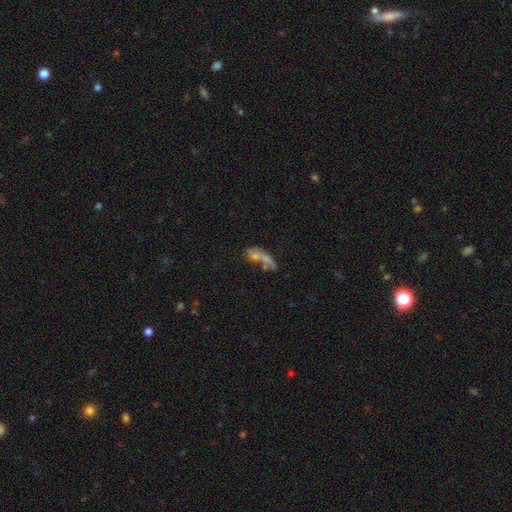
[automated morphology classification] A smooth galaxy with no disk features (46%). Merging: merger (37%).